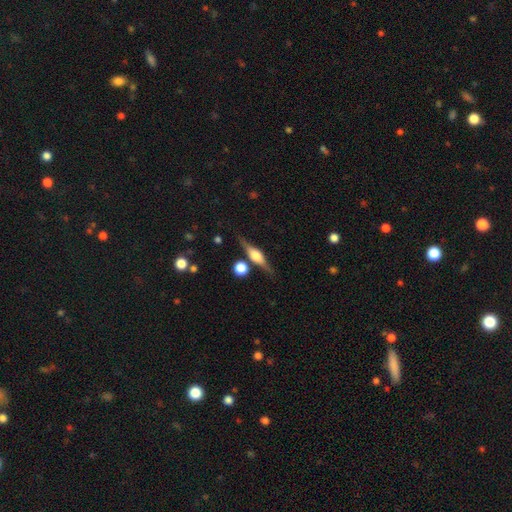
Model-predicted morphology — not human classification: type=featured or disk (76%); edge-on=yes (97%); edge-on bulge=rounded (86%); merging=none (82%).